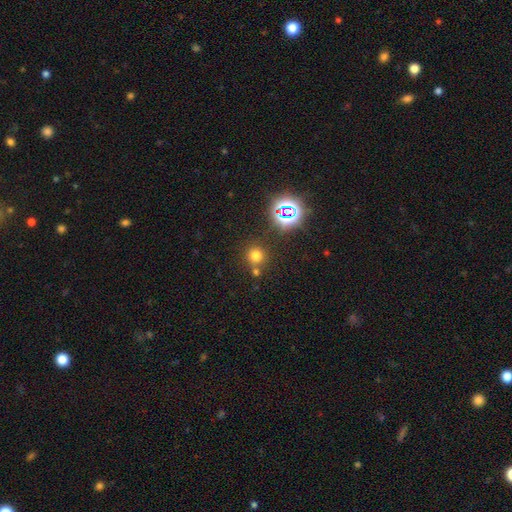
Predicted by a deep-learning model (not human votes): Smooth or featured?
  - smooth: 68% *
  - star or artifact: 25%
  - featured or disk: 7%
How rounded?
  - round: 92% *
  - in between: 7%
  - cigar-shaped: 1%
Merging?
  - none: 72% *
  - merger: 16%
  - minor disturbance: 8%
  - major disturbance: 4%